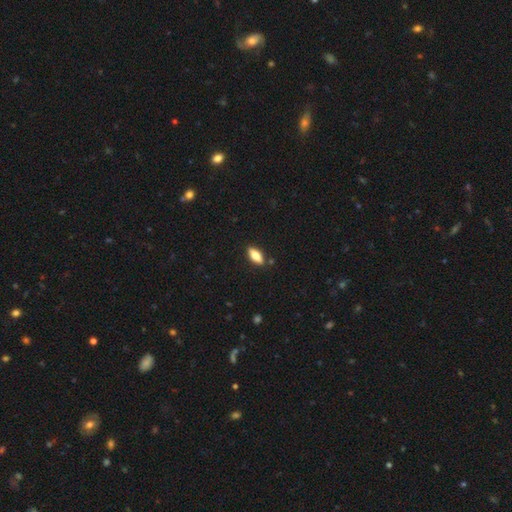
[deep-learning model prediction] Smooth or featured: smooth — 70% (featured or disk — 23%)
How rounded: in between — 76% (cigar-shaped — 21%)
Merging: none — 86% (minor disturbance — 10%)